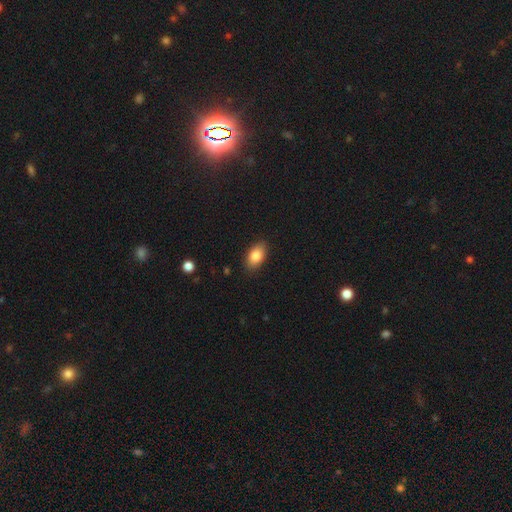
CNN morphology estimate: Overall: smooth (84%). How rounded: in between (91%). Merging: none (87%).